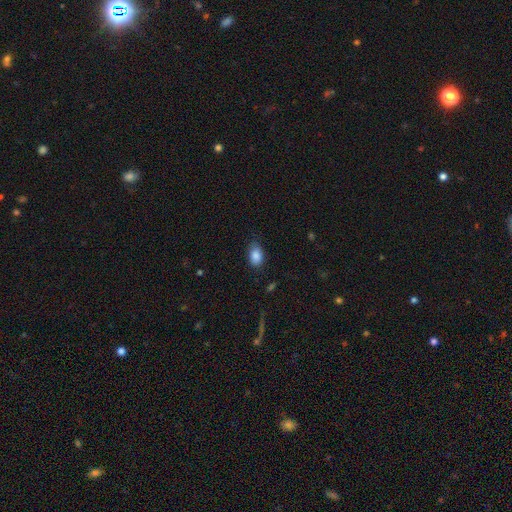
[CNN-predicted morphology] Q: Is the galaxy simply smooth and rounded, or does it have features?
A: smooth — 86%.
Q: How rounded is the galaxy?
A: in between — 86%.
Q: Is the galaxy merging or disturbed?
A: none — 74%.